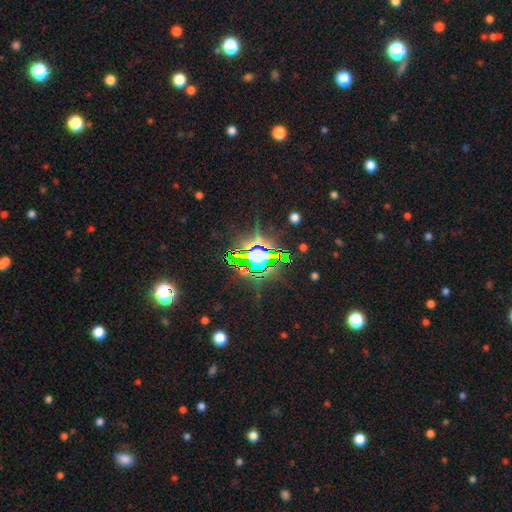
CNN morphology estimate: smooth_or_featured: star or artifact (p=0.75) [alt: smooth p=0.14]